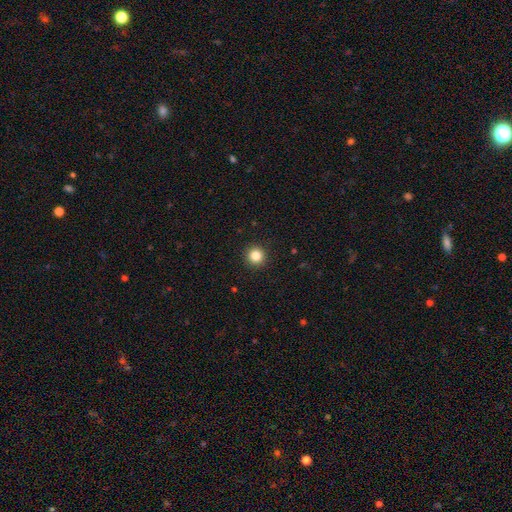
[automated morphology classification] Q: Smooth or featured?
A: smooth (84%); runner-up: star or artifact (11%)
Q: How rounded?
A: round (95%); runner-up: in between (4%)
Q: Merging?
A: none (93%); runner-up: minor disturbance (4%)